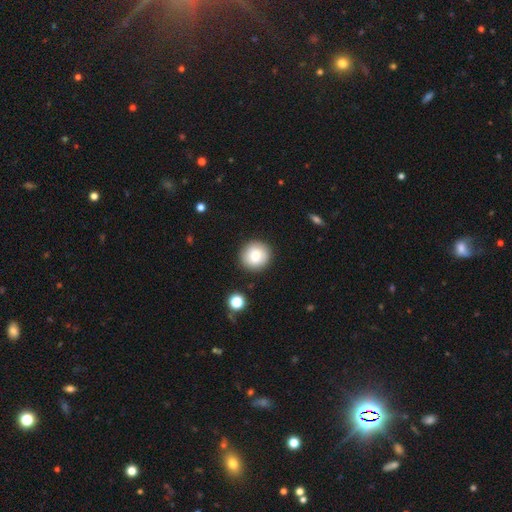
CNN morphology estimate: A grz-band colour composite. It shows a smooth galaxy with no disk features (79%) that is round (93%). Merging: none (90%).